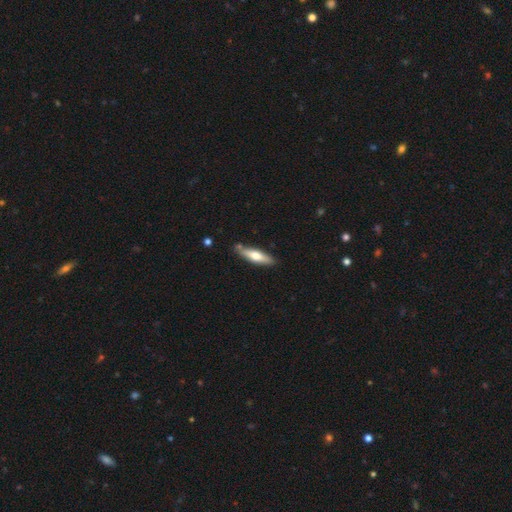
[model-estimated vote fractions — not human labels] Overall: smooth (55%; featured or disk 39%). How rounded: cigar-shaped (70%). Merging: none (81%).